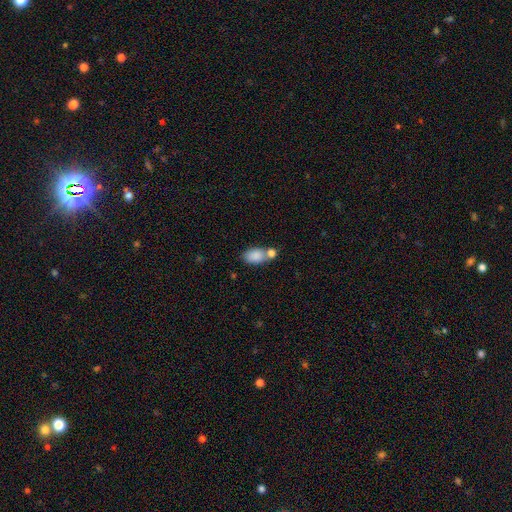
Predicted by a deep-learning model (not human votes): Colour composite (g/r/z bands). It shows a smooth galaxy with no disk features (85%) that is in between round and cigar-shaped (88%). Merging: none (47%).